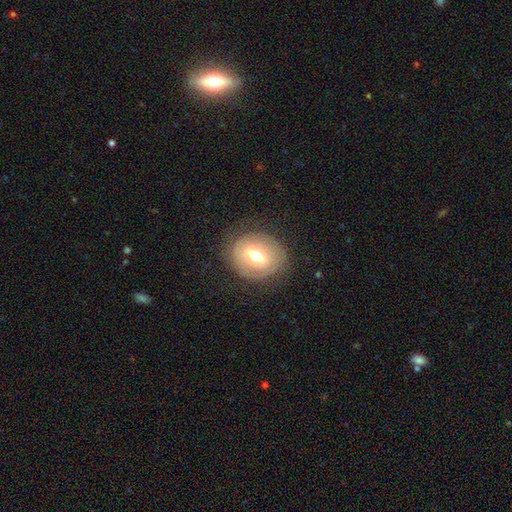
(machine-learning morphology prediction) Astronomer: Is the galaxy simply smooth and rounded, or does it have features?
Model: smooth — 55% (runner-up: featured or disk, 36%).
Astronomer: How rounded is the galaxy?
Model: round — 67%.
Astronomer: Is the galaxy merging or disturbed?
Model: none — 76%.